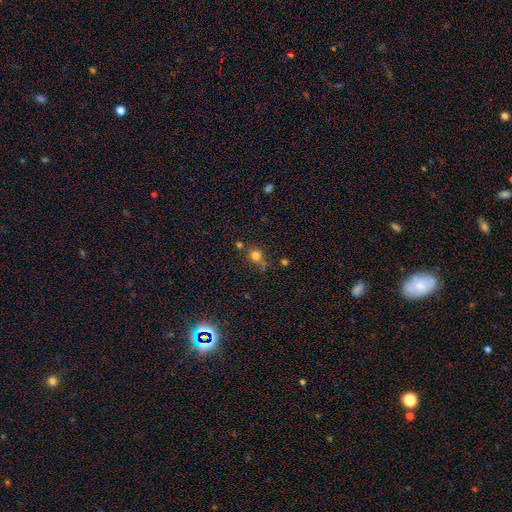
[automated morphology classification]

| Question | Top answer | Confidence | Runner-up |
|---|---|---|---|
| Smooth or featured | smooth | 76% | star or artifact (17%) |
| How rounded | round | 84% | in between (15%) |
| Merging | none | 67% | minor disturbance (14%) |